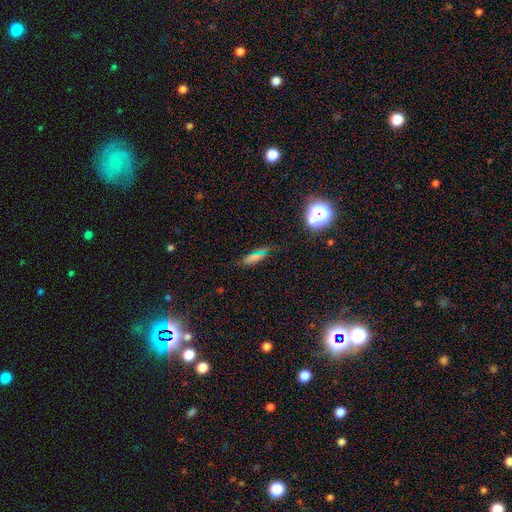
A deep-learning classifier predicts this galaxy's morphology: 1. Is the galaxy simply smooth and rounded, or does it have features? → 66% smooth, 22% star or artifact, 13% featured or disk.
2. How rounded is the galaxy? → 49% in between, 46% cigar-shaped, 5% round.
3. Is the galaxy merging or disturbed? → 78% none, 15% minor disturbance, 4% major disturbance, 2% merger.